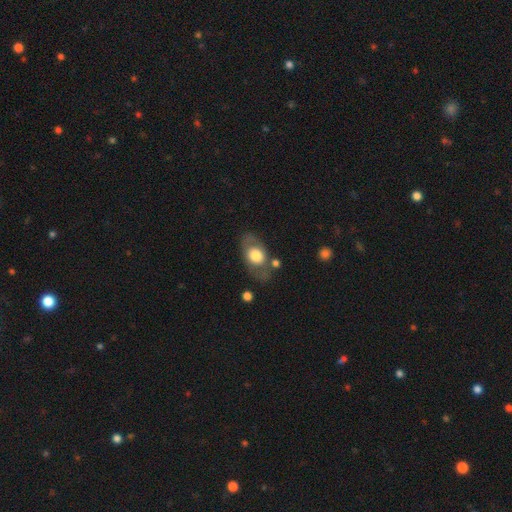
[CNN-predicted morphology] This is likely a smooth galaxy (63%). How rounded: likely in between (79%). Merging: likely none (69%).